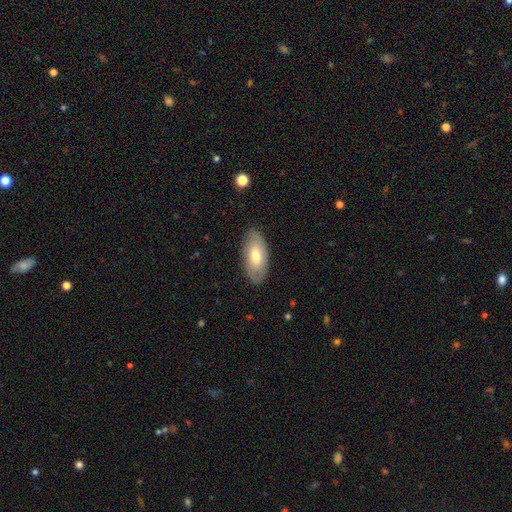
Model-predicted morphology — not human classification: smooth-or-featured: smooth: 63% | featured or disk: 31% | star or artifact: 6%
  how-rounded: in between: 91% | cigar-shaped: 7% | round: 2%
  merging: none: 84% | minor disturbance: 12% | major disturbance: 3% | merger: 1%